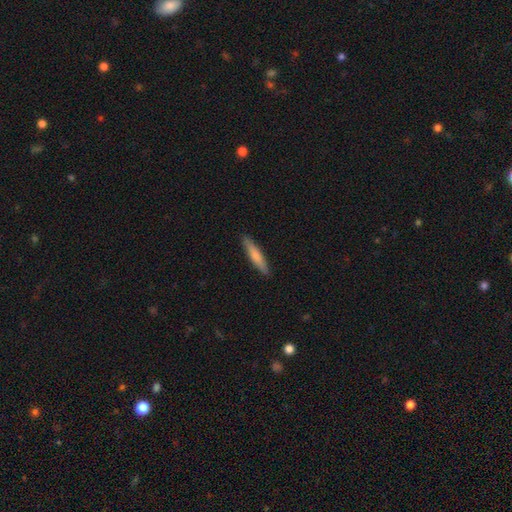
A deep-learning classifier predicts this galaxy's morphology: Smooth or featured? Predicted: smooth (p=0.73). How rounded? Predicted: cigar-shaped (p=0.89). Merging? Predicted: none (p=0.91).